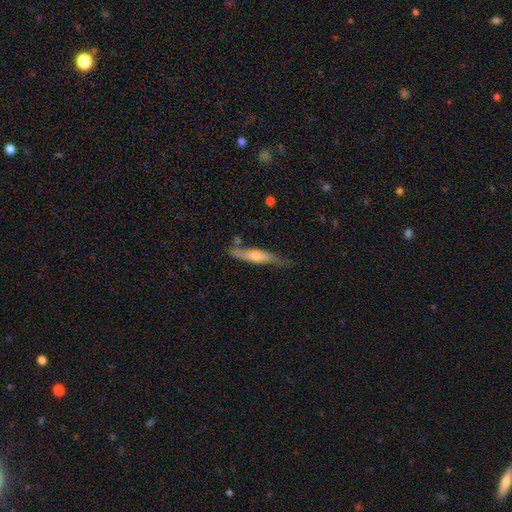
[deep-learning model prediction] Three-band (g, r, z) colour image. It shows a featured or disk galaxy (50%) viewed edge-on (86%). Merging: none (60%).